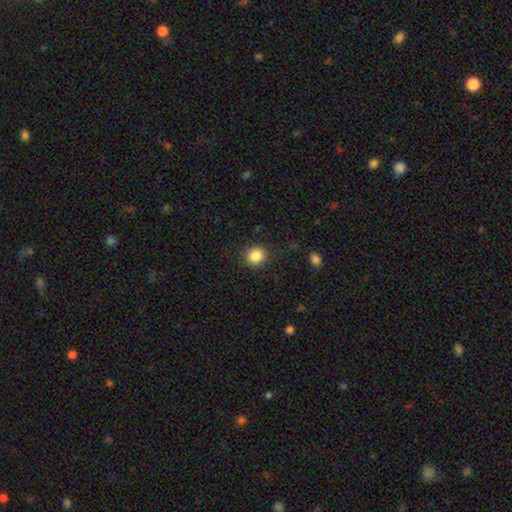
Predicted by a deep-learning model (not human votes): A smooth galaxy with no disk features (85%) that is round (88%).

Vote fractions:
- Smooth or featured? smooth: 85% / star or artifact: 10% / featured or disk: 4%
- How rounded? round: 88% / in between: 11% / cigar-shaped: 1%
- Merging? none: 89% / minor disturbance: 7% / major disturbance: 3% / merger: 1%